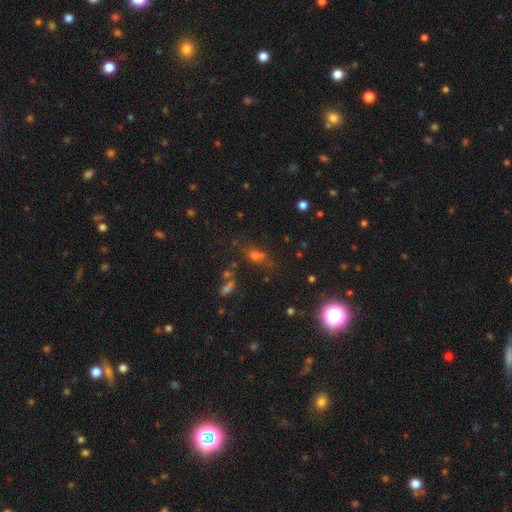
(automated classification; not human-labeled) smooth-or-featured: smooth: 48% | star or artifact: 36% | featured or disk: 15%
  merging: none: 59% | minor disturbance: 17% | merger: 14% | major disturbance: 11%